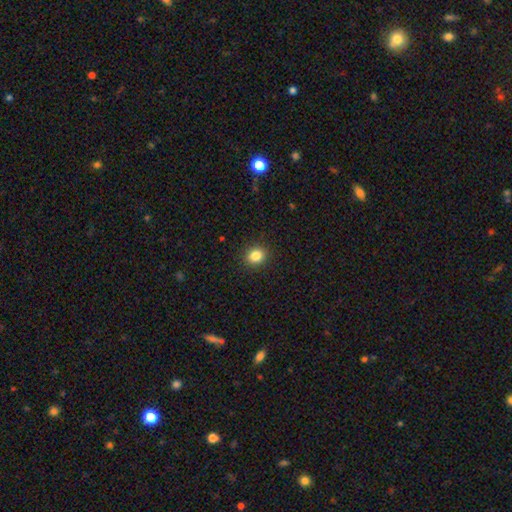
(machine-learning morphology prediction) smooth-or-featured: smooth: 84% | star or artifact: 11% | featured or disk: 5%
  how-rounded: round: 73% | in between: 26% | cigar-shaped: 1%
  merging: none: 91% | minor disturbance: 6% | major disturbance: 2% | merger: 1%